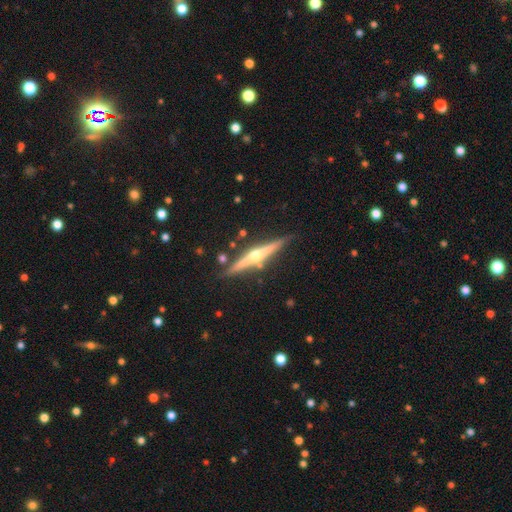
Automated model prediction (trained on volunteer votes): featured or disk 80%, smooth 14%, star or artifact 6%. Down the decision tree: edge-on disk — yes (98%); edge-on bulge — rounded (94%); merging — none (85%).